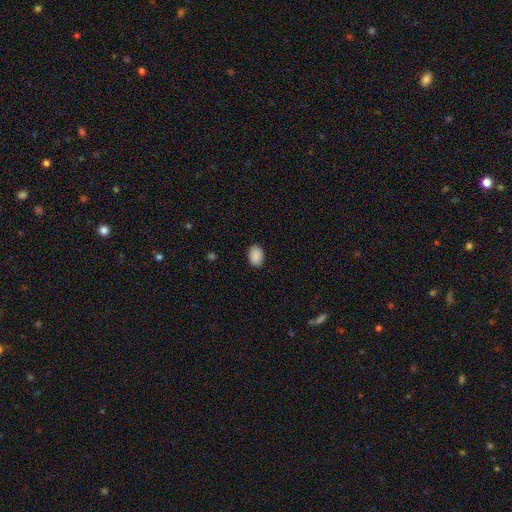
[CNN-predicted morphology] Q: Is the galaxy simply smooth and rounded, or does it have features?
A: smooth — 90%.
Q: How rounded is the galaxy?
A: in between — 82%.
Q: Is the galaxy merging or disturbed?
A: none — 87%.